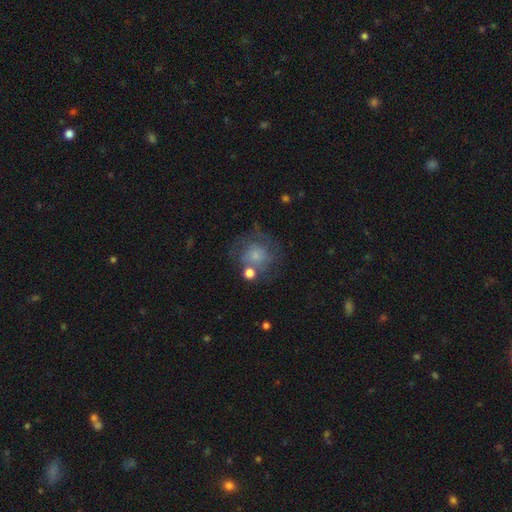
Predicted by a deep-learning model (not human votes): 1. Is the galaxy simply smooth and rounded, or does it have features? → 50% smooth, 39% featured or disk, 11% star or artifact.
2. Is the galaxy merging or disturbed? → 51% none, 20% minor disturbance, 18% major disturbance, 11% merger.